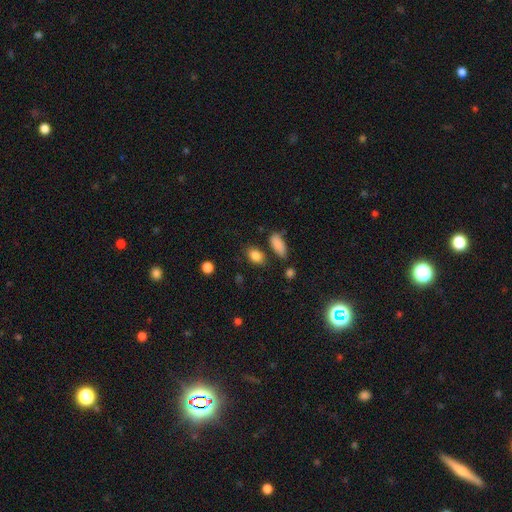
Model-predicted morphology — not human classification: The model was most divided on "merging": none: 77%, minor disturbance: 13%, merger: 6%, major disturbance: 4%. More confident: smooth or featured — smooth (85%); how rounded — in between (84%).